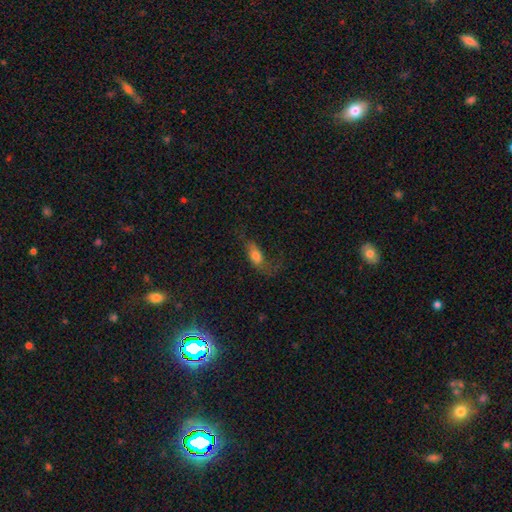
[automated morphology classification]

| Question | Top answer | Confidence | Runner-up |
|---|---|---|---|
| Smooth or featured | smooth | 62% | featured or disk (29%) |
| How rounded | in between | 74% | cigar-shaped (20%) |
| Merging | none | 40% | major disturbance (33%) |